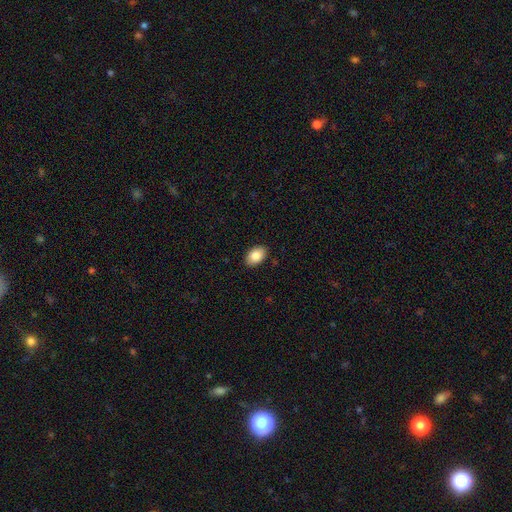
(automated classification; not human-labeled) A smooth galaxy with no disk features (86%) that is in between round and cigar-shaped (89%). Merging: none (89%).